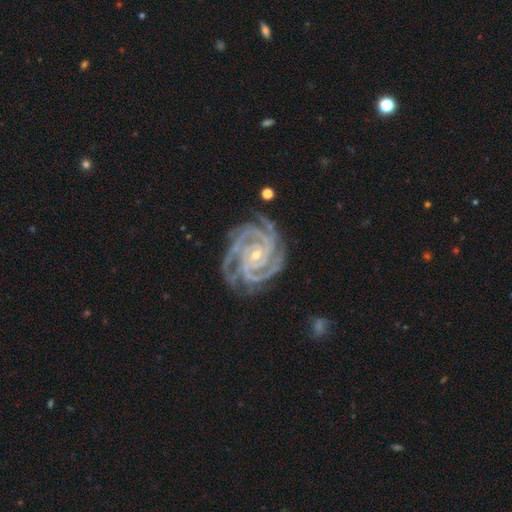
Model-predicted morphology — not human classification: featured or disk 94%, star or artifact 4%, smooth 2%. Down the decision tree: edge-on disk — no (98%); bar — no (61%); spiral arms — yes (99%); spiral arm count — 3 (39%); spiral winding — tight (79%); bulge size — small (70%); merging — none (76%).